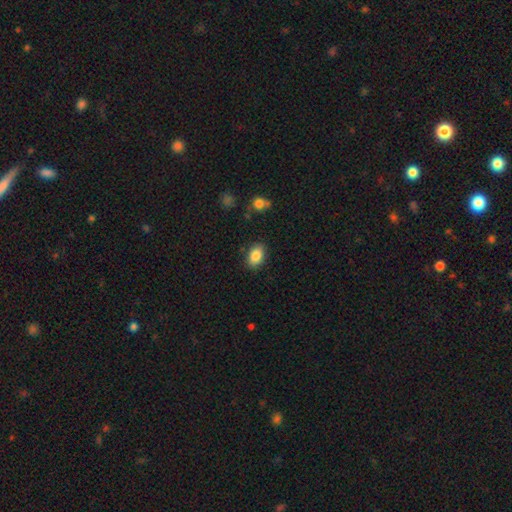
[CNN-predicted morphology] A smooth galaxy with no disk features (87%) that is in between round and cigar-shaped (86%).

Vote fractions:
- Smooth or featured? smooth: 87% / star or artifact: 8% / featured or disk: 6%
- How rounded? in between: 86% / round: 12% / cigar-shaped: 1%
- Merging? none: 85% / minor disturbance: 11% / major disturbance: 3% / merger: 2%